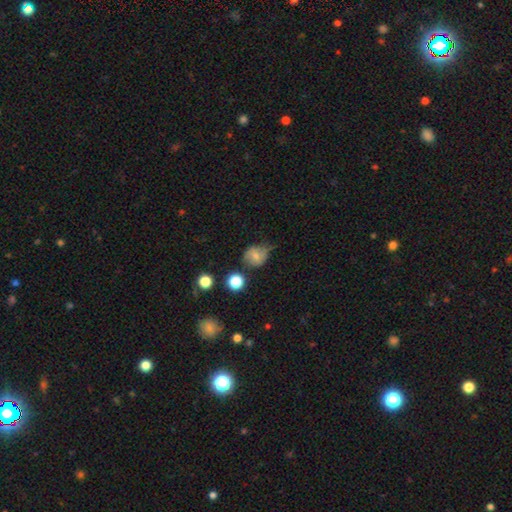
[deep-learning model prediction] Overall: smooth (69%). How rounded: round (72%). Merging: none (52%; minor disturbance 34%).